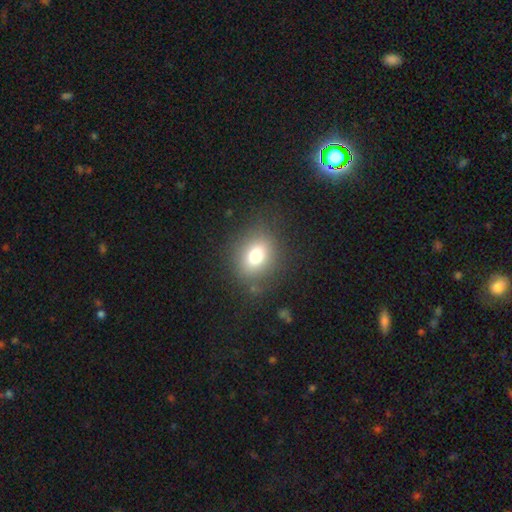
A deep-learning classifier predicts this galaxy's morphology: smooth_or_featured: smooth (p=0.73) [alt: star or artifact p=0.15]
how_rounded: round (p=0.56) [alt: in between p=0.43]
merging: none (p=0.82) [alt: minor disturbance p=0.11]